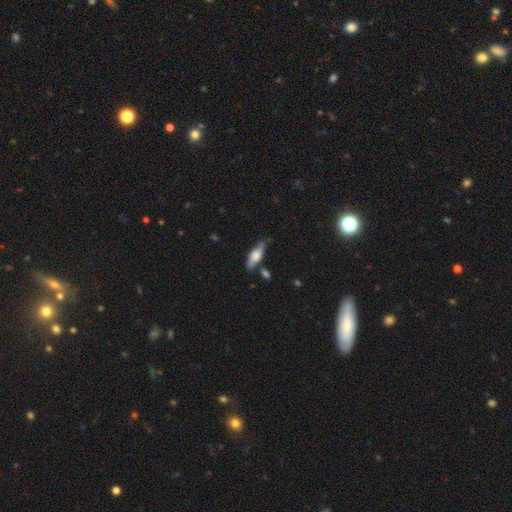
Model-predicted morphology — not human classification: Smooth or featured? Predicted: smooth (p=0.62). How rounded? Predicted: in between (p=0.68). Merging? Predicted: none (p=0.61).